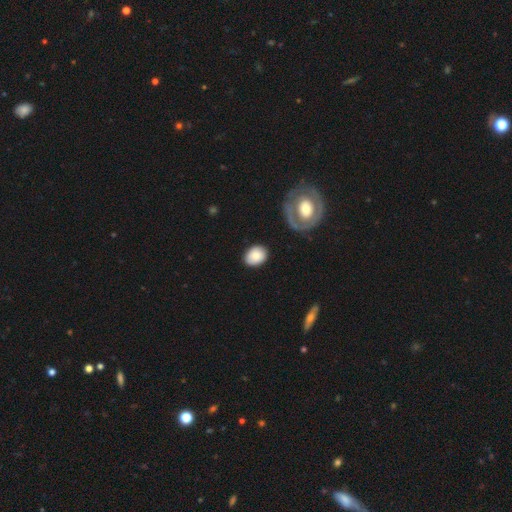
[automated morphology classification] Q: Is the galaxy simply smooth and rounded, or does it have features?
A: smooth — 81%.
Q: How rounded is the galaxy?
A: in between — 64%.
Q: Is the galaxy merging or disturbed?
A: none — 83%.